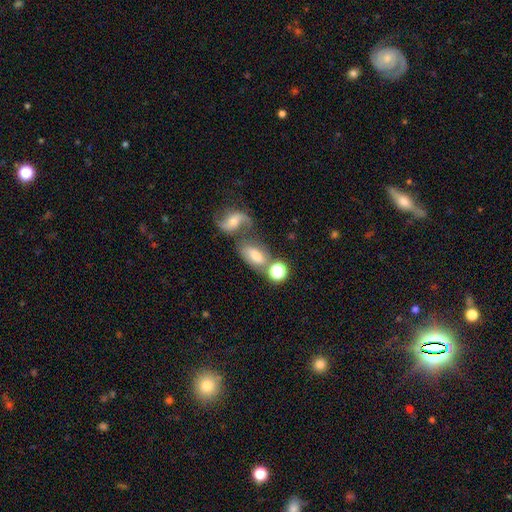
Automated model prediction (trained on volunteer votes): smooth_or_featured: smooth (p=0.56) [alt: featured or disk p=0.31]
how_rounded: in between (p=0.81) [alt: round p=0.14]
merging: merger (p=0.41) [alt: none p=0.36]